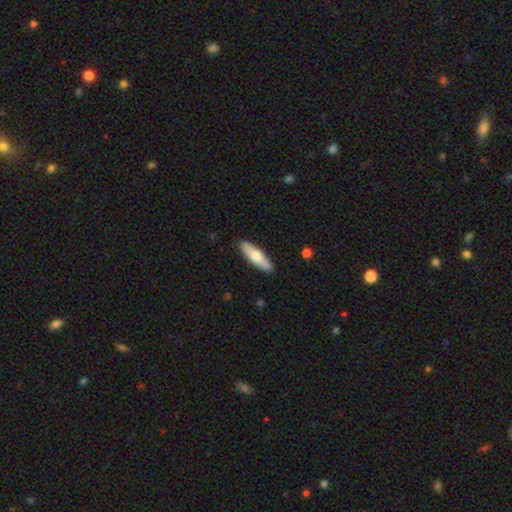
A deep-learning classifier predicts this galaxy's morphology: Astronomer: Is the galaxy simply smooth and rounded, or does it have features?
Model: smooth — 61%.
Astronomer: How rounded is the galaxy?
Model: cigar-shaped — 59% (runner-up: in between, 39%).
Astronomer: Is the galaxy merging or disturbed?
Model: none — 89%.